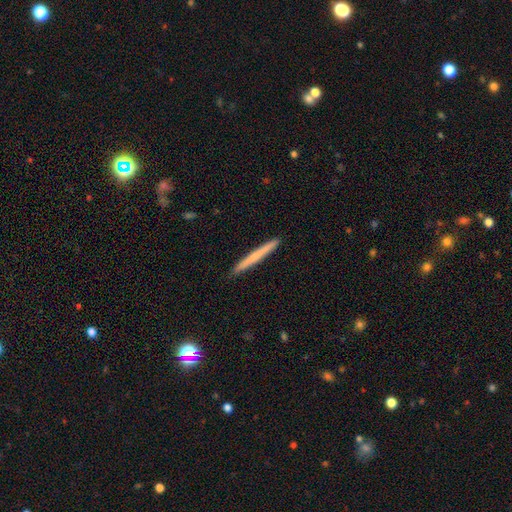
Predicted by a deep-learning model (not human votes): Smooth or featured? Predicted: smooth (p=0.61). How rounded? Predicted: cigar-shaped (p=0.97). Merging? Predicted: none (p=0.92).